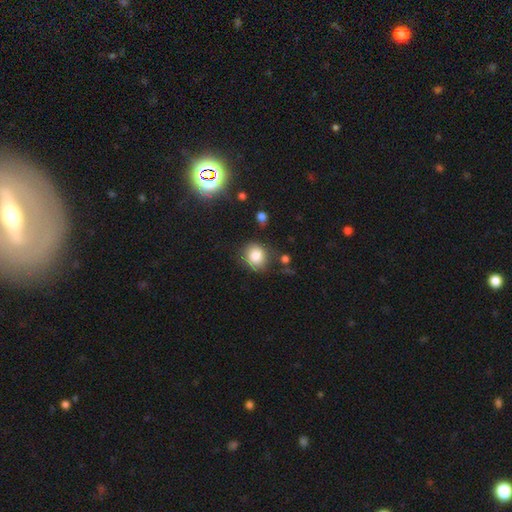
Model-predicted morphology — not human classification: Overall: smooth (84%). How rounded: round (76%). Merging: none (75%).